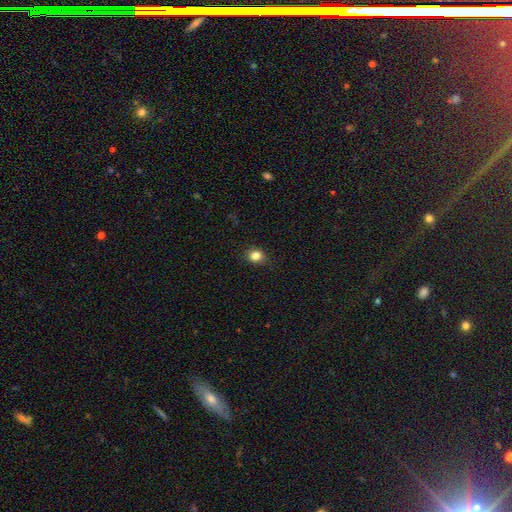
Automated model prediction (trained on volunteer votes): smooth_or_featured: smooth (p=0.83) [alt: star or artifact p=0.12]
how_rounded: round (p=0.72) [alt: in between p=0.27]
merging: none (p=0.86) [alt: minor disturbance p=0.10]